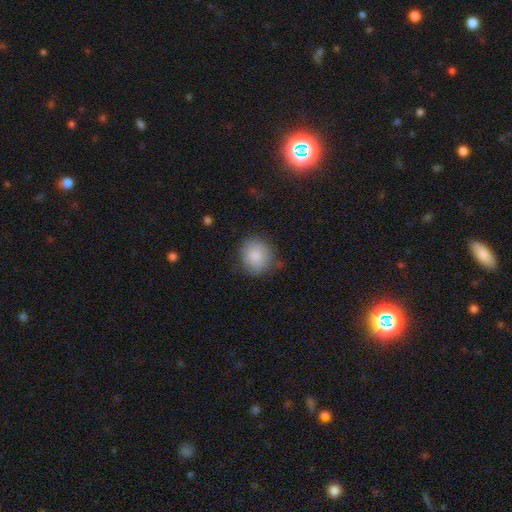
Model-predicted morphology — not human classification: Q: Smooth or featured?
A: smooth (84%); runner-up: featured or disk (8%)
Q: How rounded?
A: round (81%); runner-up: in between (18%)
Q: Merging?
A: none (71%); runner-up: minor disturbance (22%)